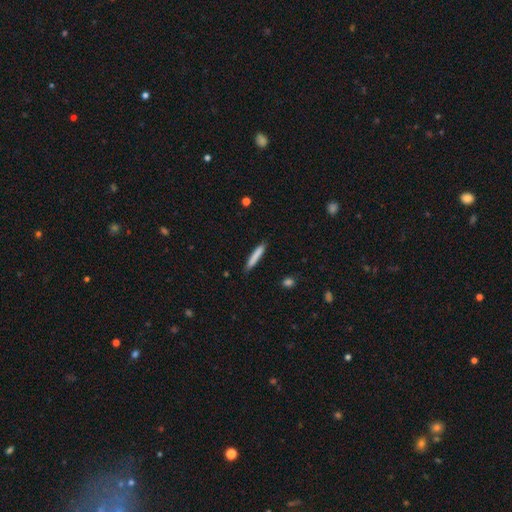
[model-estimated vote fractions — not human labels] A smooth galaxy with no disk features (81%) that is cigar-shaped (94%).

Vote fractions:
- Smooth or featured? smooth: 81% / featured or disk: 13% / star or artifact: 6%
- How rounded? cigar-shaped: 94% / in between: 5% / round: 1%
- Merging? none: 87% / minor disturbance: 10% / major disturbance: 2% / merger: 1%